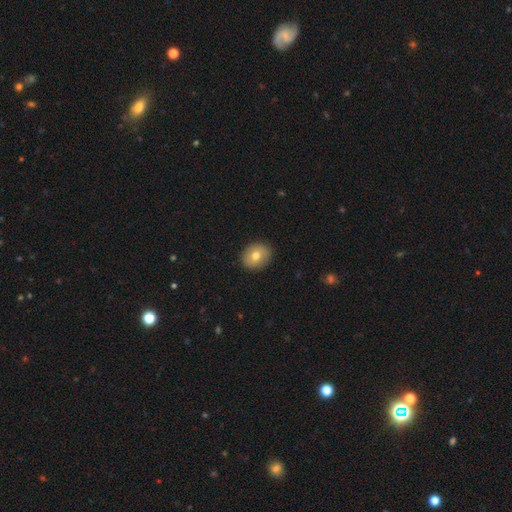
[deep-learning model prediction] smooth 73%, featured or disk 18%, star or artifact 9%. Down the decision tree: how rounded — round (62%); merging — none (89%).